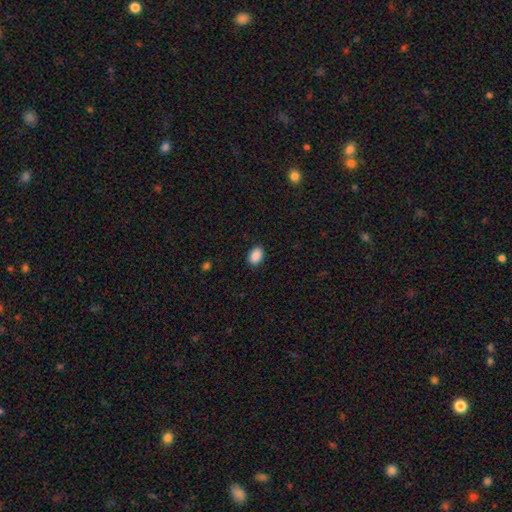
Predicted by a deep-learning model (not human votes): Q: Smooth or featured?
A: smooth (90%); runner-up: star or artifact (8%)
Q: How rounded?
A: in between (84%); runner-up: round (15%)
Q: Merging?
A: none (89%); runner-up: minor disturbance (8%)